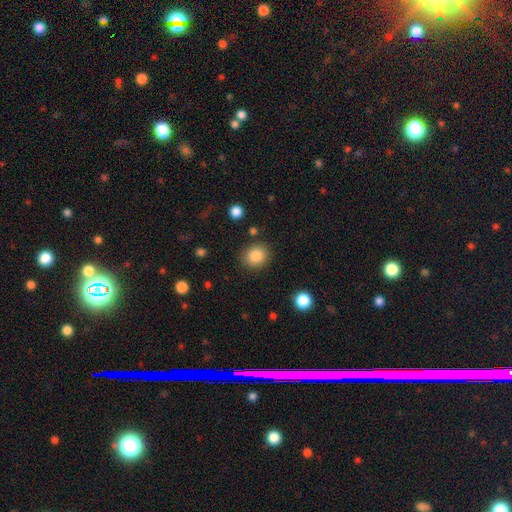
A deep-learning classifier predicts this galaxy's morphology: The model was most divided on "how rounded": round: 73%, in between: 26%, cigar-shaped: 1%. More confident: merging — none (86%); smooth or featured — smooth (86%).